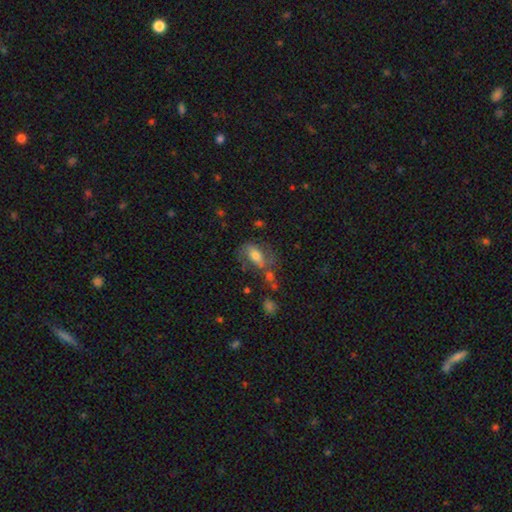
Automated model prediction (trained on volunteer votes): The model was most divided on "smooth or featured": smooth: 51%, featured or disk: 39%, star or artifact: 9%. Remaining: how rounded — in between (82%); merging — none (45%).